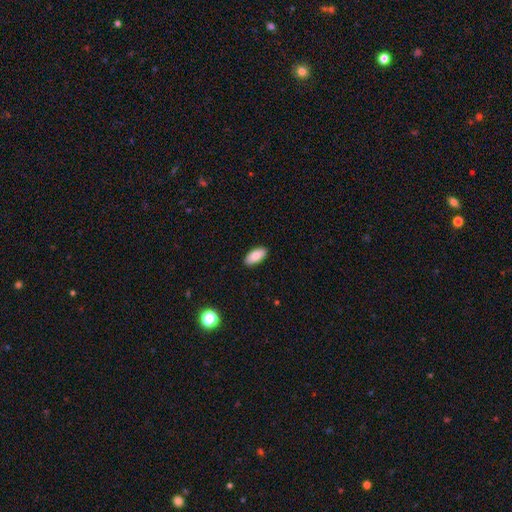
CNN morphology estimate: Smooth or featured: smooth — 83% (featured or disk — 10%)
How rounded: in between — 92% (cigar-shaped — 6%)
Merging: none — 90% (minor disturbance — 8%)